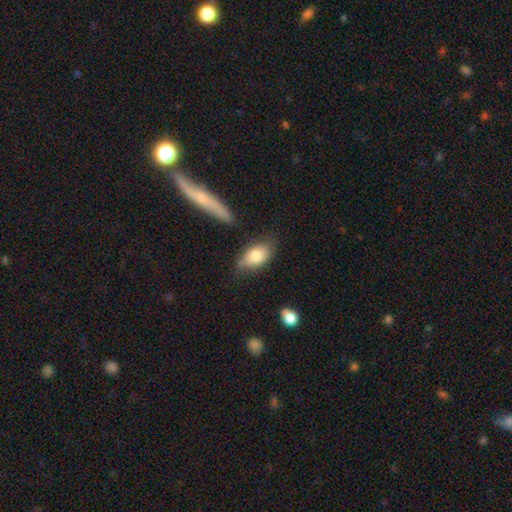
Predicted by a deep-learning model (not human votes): Morphology: type=smooth (79%); roundness=in between (90%); merging=none (65%).